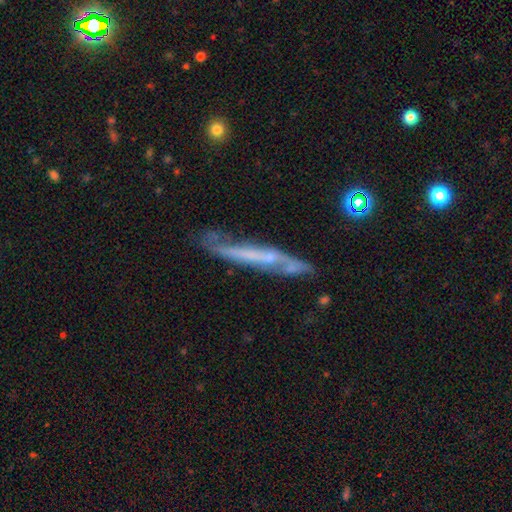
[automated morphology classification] Smooth or featured: featured or disk — 67% (smooth — 26%)
Edge-on disk: yes — 69% (no — 31%)
Merging: none — 60% (minor disturbance — 25%)